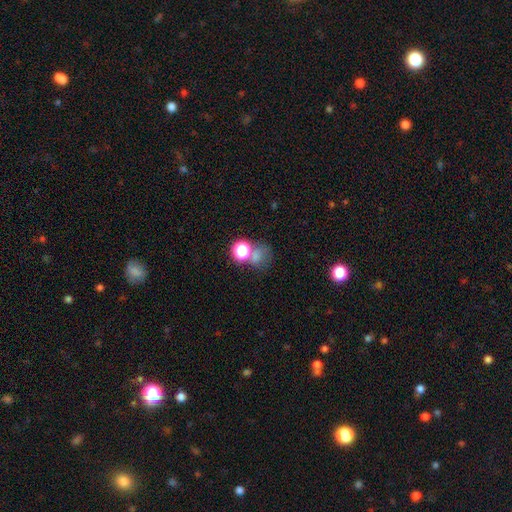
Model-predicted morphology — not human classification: smooth 60%, star or artifact 29%, featured or disk 11%. Down the decision tree: how rounded — round (70%); merging — none (48%).